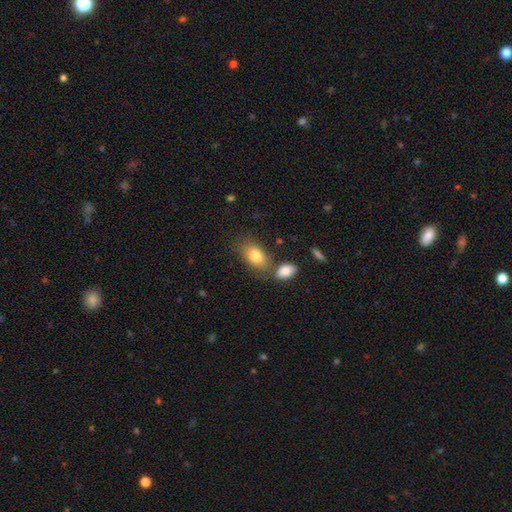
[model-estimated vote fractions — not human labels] Q: Smooth or featured?
A: smooth (79%); runner-up: featured or disk (13%)
Q: How rounded?
A: in between (88%); runner-up: round (10%)
Q: Merging?
A: none (59%); runner-up: merger (20%)